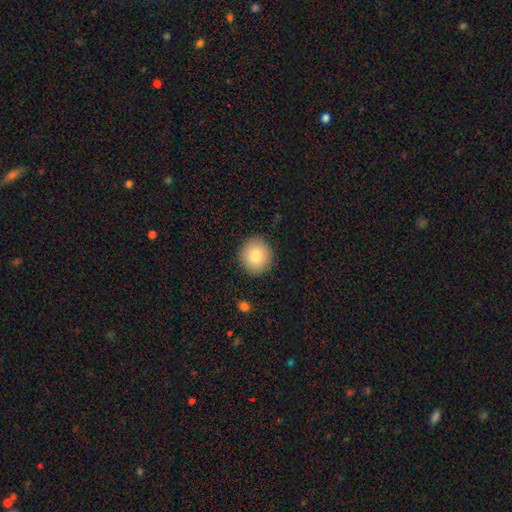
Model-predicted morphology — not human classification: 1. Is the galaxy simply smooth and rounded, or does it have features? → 81% smooth, 10% featured or disk, 9% star or artifact.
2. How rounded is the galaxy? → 91% round, 8% in between, 1% cigar-shaped.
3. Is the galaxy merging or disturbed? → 91% none, 6% minor disturbance, 2% major disturbance, 1% merger.